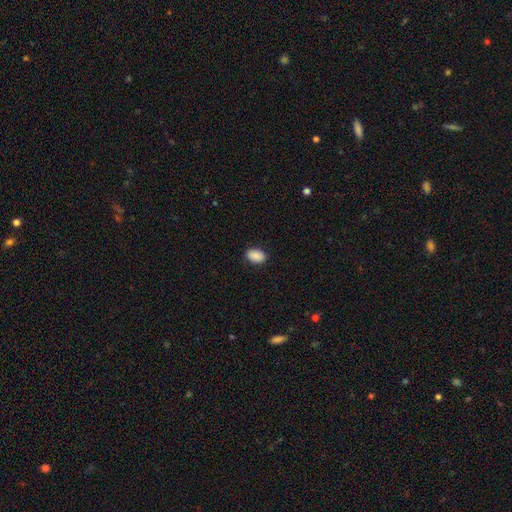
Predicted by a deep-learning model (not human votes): smooth 87%, star or artifact 8%, featured or disk 5%. Down the decision tree: how rounded — in between (85%); merging — none (87%).